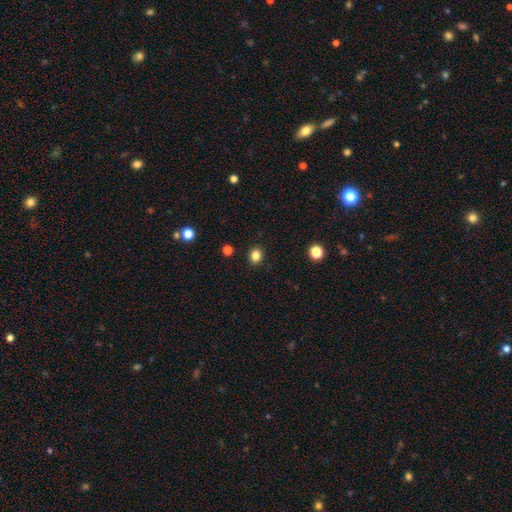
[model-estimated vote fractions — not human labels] Smooth or featured?
  - smooth: 84% *
  - star or artifact: 12%
  - featured or disk: 4%
How rounded?
  - round: 69% *
  - in between: 30%
  - cigar-shaped: 1%
Merging?
  - none: 90% *
  - minor disturbance: 6%
  - major disturbance: 2%
  - merger: 1%